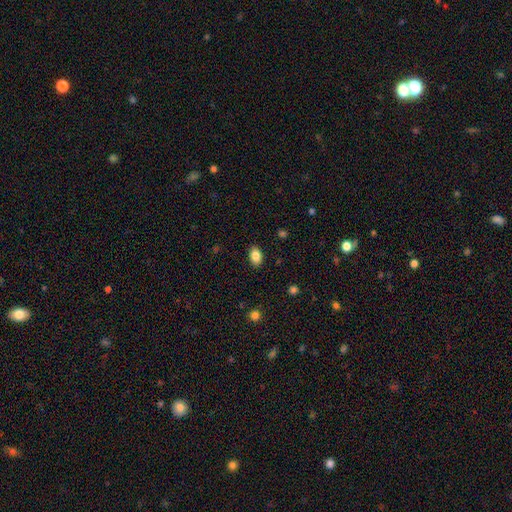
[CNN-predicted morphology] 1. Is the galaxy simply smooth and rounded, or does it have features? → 86% smooth, 9% star or artifact, 5% featured or disk.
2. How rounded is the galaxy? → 87% in between, 12% round, 1% cigar-shaped.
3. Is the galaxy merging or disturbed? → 88% none, 9% minor disturbance, 2% major disturbance, 1% merger.